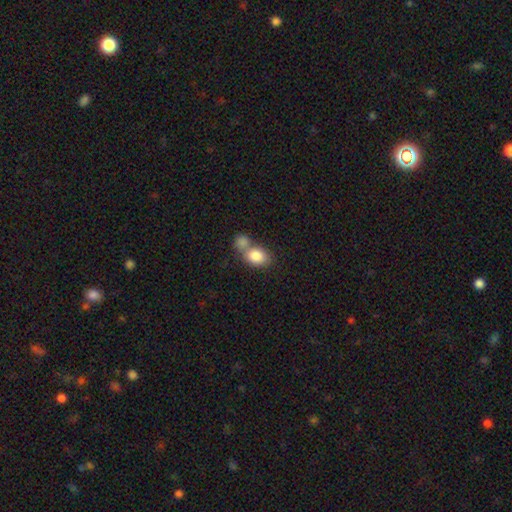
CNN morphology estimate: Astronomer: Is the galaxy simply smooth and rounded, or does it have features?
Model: smooth — 83%.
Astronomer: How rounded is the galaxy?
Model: in between — 70%.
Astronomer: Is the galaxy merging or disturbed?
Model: merger — 55% (runner-up: none, 32%).